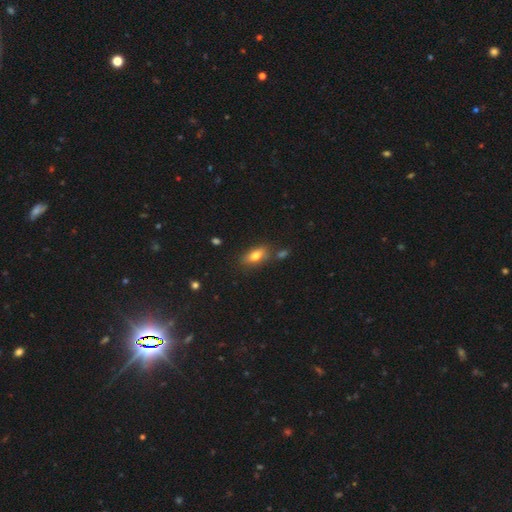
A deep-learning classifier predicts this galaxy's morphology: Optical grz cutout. It shows a smooth galaxy with no disk features (77%) that is in between round and cigar-shaped (85%). Merging: none (71%).